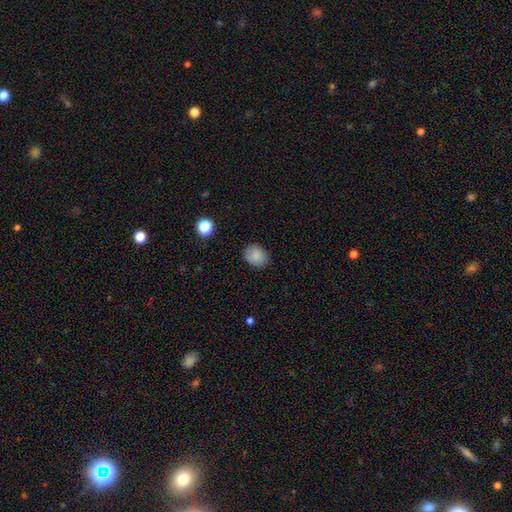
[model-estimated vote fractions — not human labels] Morphology: type=smooth (86%); roundness=round (54%); merging=none (84%).